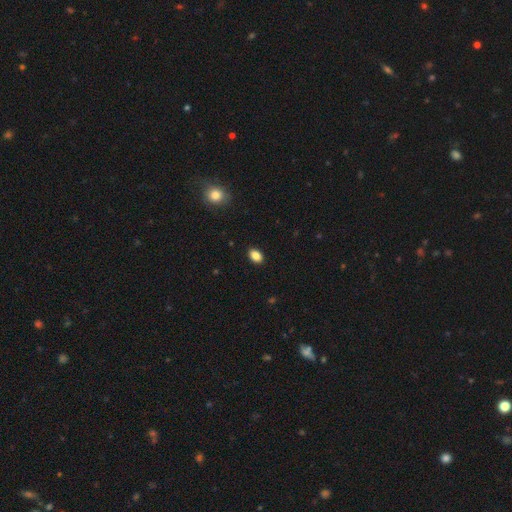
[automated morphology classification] The model was most divided on "how rounded": in between: 84%, round: 15%, cigar-shaped: 1%. More confident: merging — none (90%); smooth or featured — smooth (87%).